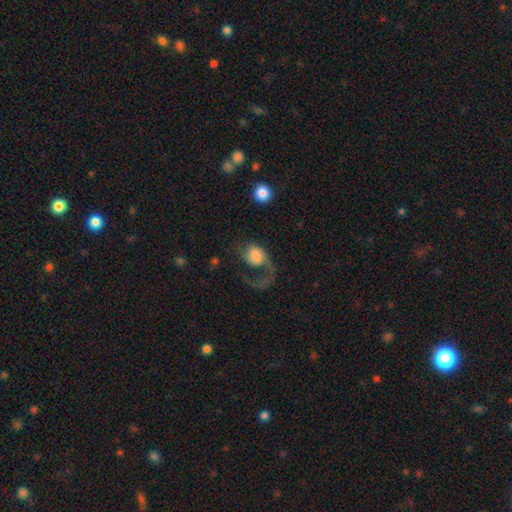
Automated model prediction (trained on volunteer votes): Smooth or featured: featured or disk — 46% (tied with smooth — 46%)
Merging: major disturbance — 62% (none — 22%)